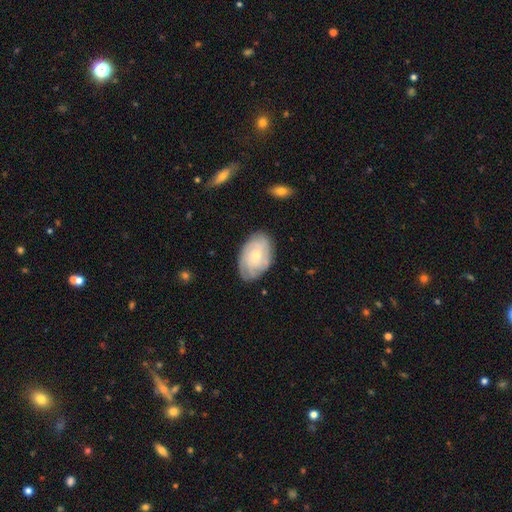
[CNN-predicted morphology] A featured or disk galaxy (66%) with no bar (77%), tight (66%) spiral arms (90%) and a small central bulge (59%).

Vote fractions:
- Smooth or featured? featured or disk: 66% / smooth: 27% / star or artifact: 7%
- Edge-on disk? no: 96% / yes: 4%
- Bar? no: 77% / weak: 20% / strong: 3%
- Spiral arms? yes: 90% / no: 10%
- Spiral winding? tight: 66% / medium: 26% / loose: 8%
- Spiral arm count? can't tell: 46% / 3: 17% / 4: 15% / 2: 12% / more than 4: 6% / 1: 5%
- Bulge size? small: 59% / moderate: 36% / large: 2% / none: 2% / dominant: 1%
- Merging? none: 78% / minor disturbance: 16% / major disturbance: 4% / merger: 1%